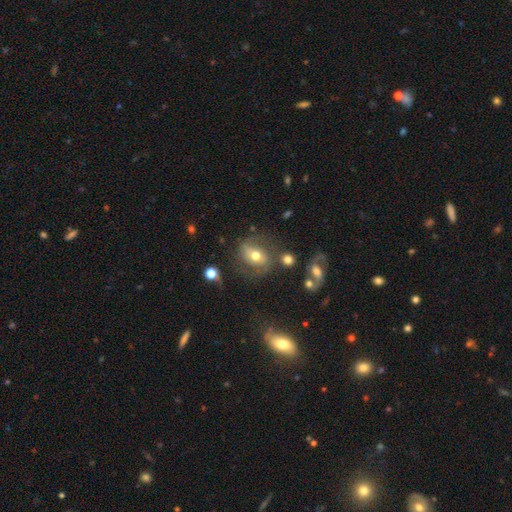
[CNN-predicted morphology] A featured or disk galaxy (57%) with no bar (48%), spiral arms (77%) and a moderate central bulge (73%). Merging: none (61%).